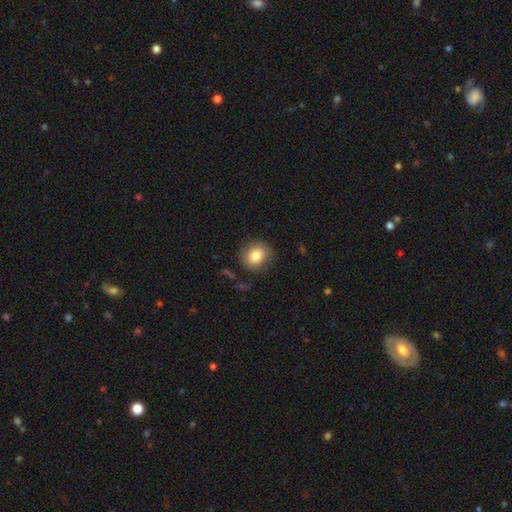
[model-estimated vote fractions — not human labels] smooth-or-featured: smooth: 83% | star or artifact: 9% | featured or disk: 8%
  how-rounded: round: 71% | in between: 28% | cigar-shaped: 1%
  merging: none: 84% | minor disturbance: 11% | major disturbance: 4% | merger: 2%